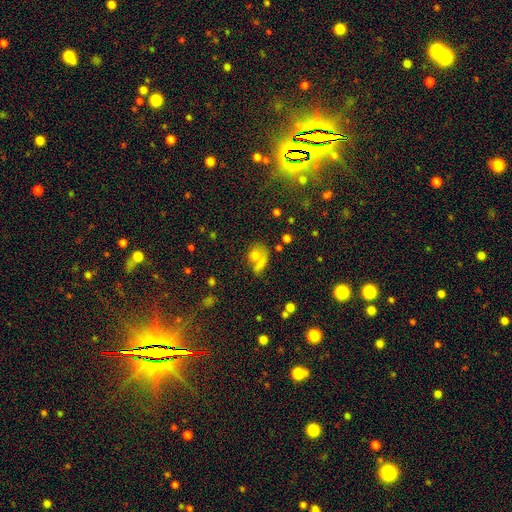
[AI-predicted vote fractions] Smooth or featured?
  - smooth: 66% *
  - star or artifact: 17%
  - featured or disk: 17%
How rounded?
  - round: 54% *
  - in between: 42%
  - cigar-shaped: 4%
Merging?
  - none: 40% *
  - merger: 36%
  - minor disturbance: 13%
  - major disturbance: 11%